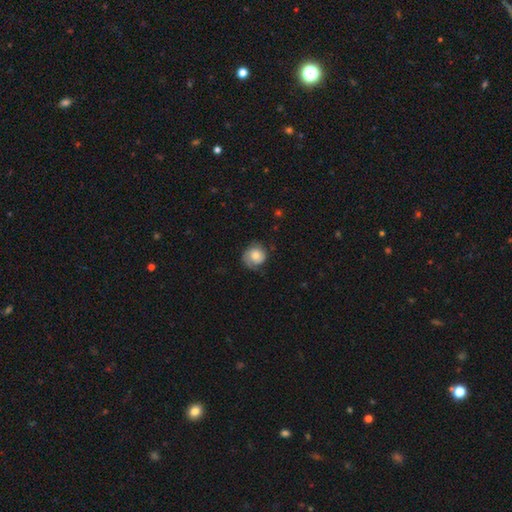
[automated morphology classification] Q: Smooth or featured?
A: smooth (61%); runner-up: featured or disk (31%)
Q: How rounded?
A: round (83%); runner-up: in between (16%)
Q: Merging?
A: none (61%); runner-up: minor disturbance (26%)